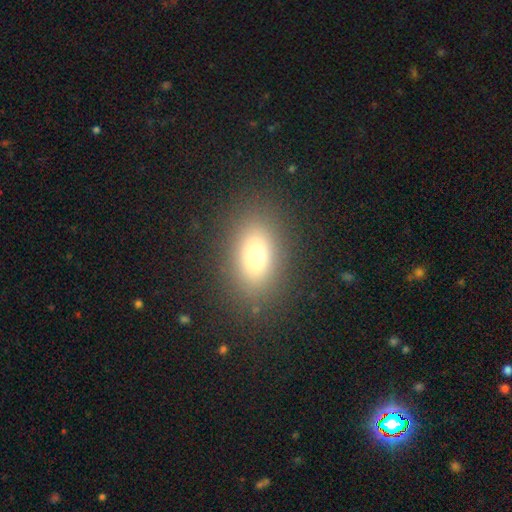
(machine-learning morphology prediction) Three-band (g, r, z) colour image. It shows a smooth galaxy with no disk features (74%) that is in between round and cigar-shaped (83%). Merging: none (87%).